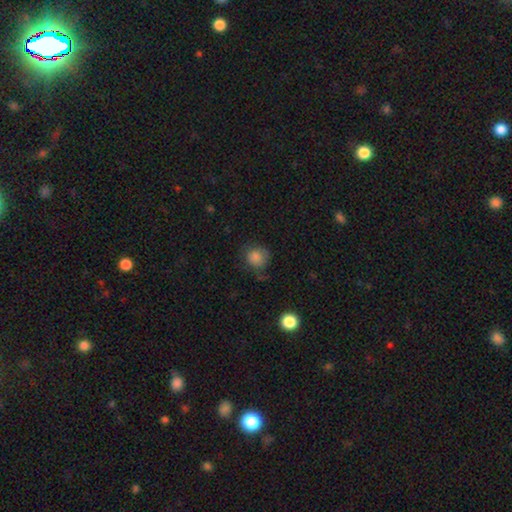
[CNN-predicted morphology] smooth 82%, star or artifact 11%, featured or disk 7%. Down the decision tree: how rounded — round (86%); merging — none (66%).